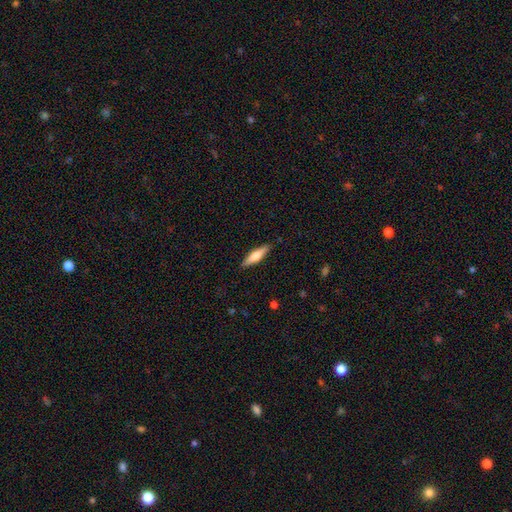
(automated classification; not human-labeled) Smooth or featured?
  - smooth: 52% *
  - featured or disk: 42%
  - star or artifact: 6%
How rounded?
  - cigar-shaped: 71% *
  - in between: 27%
  - round: 2%
Merging?
  - none: 89% *
  - minor disturbance: 8%
  - major disturbance: 2%
  - merger: 1%